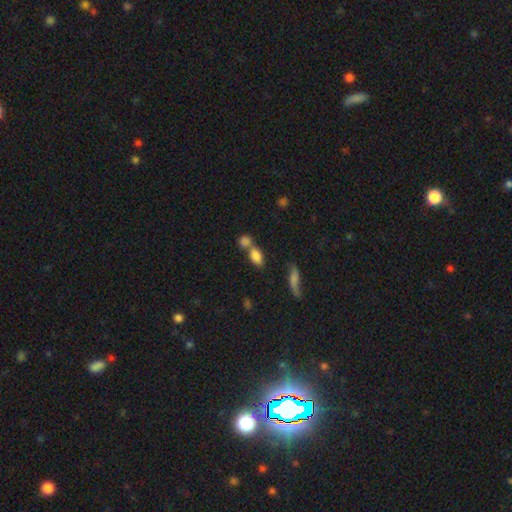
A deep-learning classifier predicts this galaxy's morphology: A smooth galaxy with no disk features (80%) that is in between round and cigar-shaped (83%).

Vote fractions:
- Smooth or featured? smooth: 80% / featured or disk: 10% / star or artifact: 9%
- How rounded? in between: 83% / round: 12% / cigar-shaped: 5%
- Merging? merger: 52% / none: 34% / minor disturbance: 9% / major disturbance: 4%